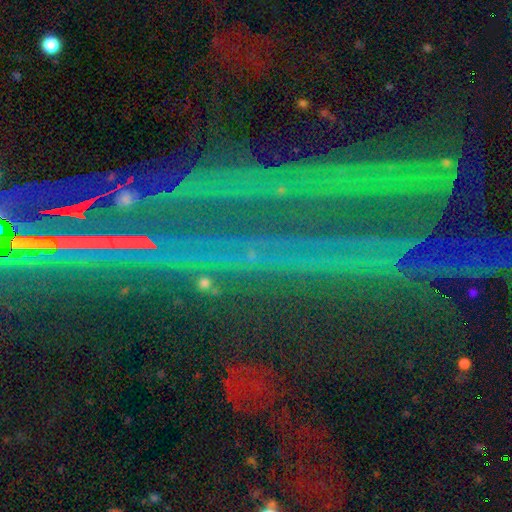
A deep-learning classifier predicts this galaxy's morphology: This appears to be a star or artifact, not a galaxy (83%).